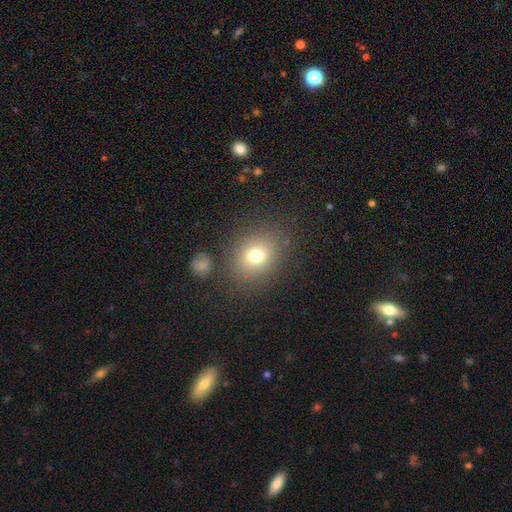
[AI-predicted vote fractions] Smooth or featured?
  - smooth: 74% *
  - star or artifact: 15%
  - featured or disk: 11%
How rounded?
  - round: 60% *
  - in between: 39%
  - cigar-shaped: 1%
Merging?
  - none: 80% *
  - minor disturbance: 11%
  - major disturbance: 5%
  - merger: 4%